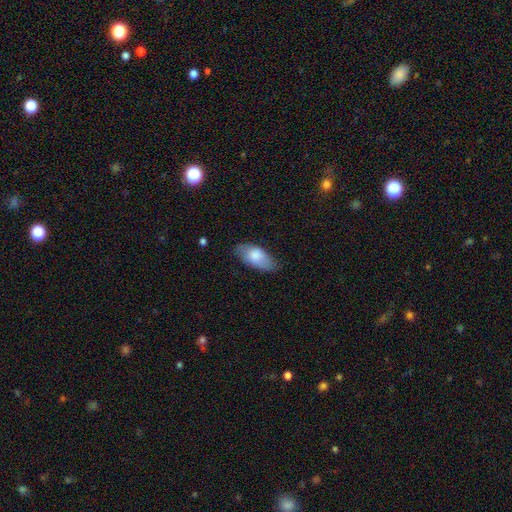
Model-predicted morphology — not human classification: smooth_or_featured: smooth (p=0.79) [alt: featured or disk p=0.15]
how_rounded: in between (p=0.93) [alt: cigar-shaped p=0.05]
merging: none (p=0.69) [alt: minor disturbance p=0.25]